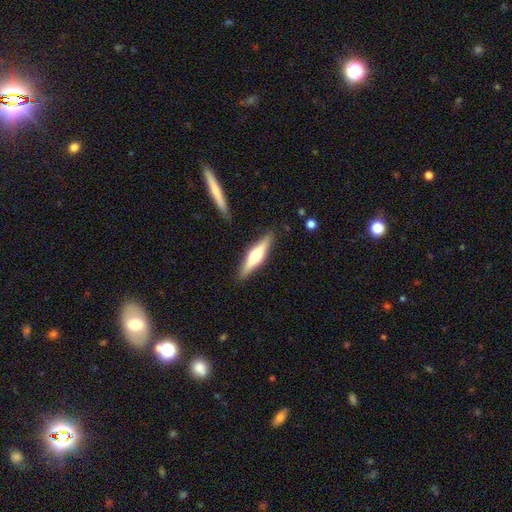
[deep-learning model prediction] Q: Smooth or featured?
A: featured or disk (58%); runner-up: smooth (37%)
Q: Edge-on disk?
A: yes (95%); runner-up: no (5%)
Q: Edge-on bulge?
A: rounded (92%); runner-up: boxy (5%)
Q: Merging?
A: none (88%); runner-up: minor disturbance (9%)